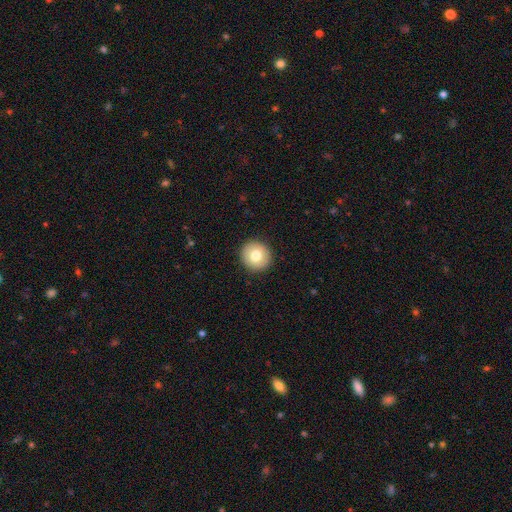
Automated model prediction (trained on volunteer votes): Smooth or featured?
  - smooth: 78% *
  - featured or disk: 14%
  - star or artifact: 8%
How rounded?
  - round: 94% *
  - in between: 5%
  - cigar-shaped: 1%
Merging?
  - none: 93% *
  - minor disturbance: 5%
  - major disturbance: 2%
  - merger: 1%